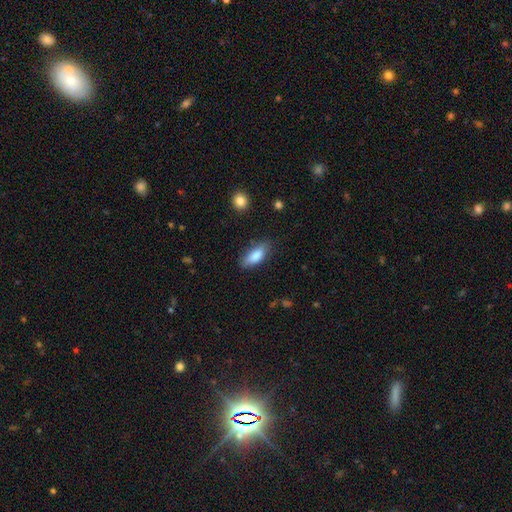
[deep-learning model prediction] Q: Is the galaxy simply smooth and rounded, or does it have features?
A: smooth — 84%.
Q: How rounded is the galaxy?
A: in between — 76%.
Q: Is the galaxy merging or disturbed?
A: none — 79%.